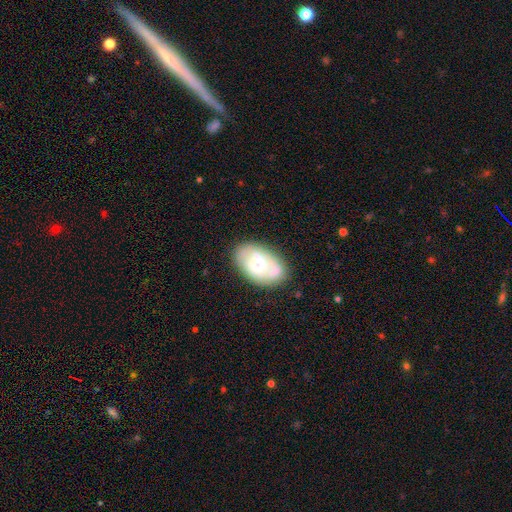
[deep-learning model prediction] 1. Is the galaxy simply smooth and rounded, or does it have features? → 50% smooth, 38% featured or disk, 12% star or artifact.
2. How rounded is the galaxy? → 88% in between, 11% round, 2% cigar-shaped.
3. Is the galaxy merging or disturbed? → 76% none, 15% minor disturbance, 4% merger, 4% major disturbance.